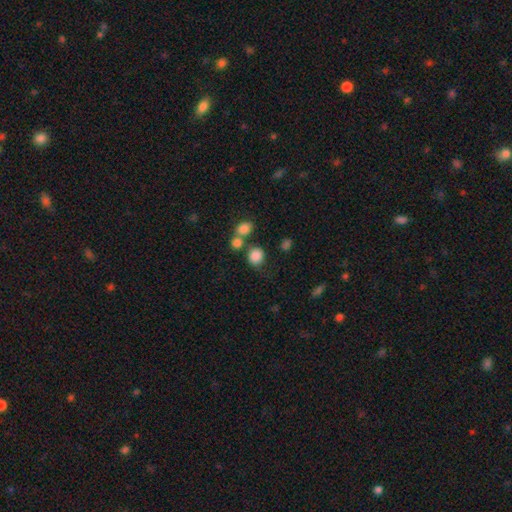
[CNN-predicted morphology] Smooth or featured? Predicted: smooth (p=0.84). How rounded? Predicted: round (p=0.79). Merging? Predicted: none (p=0.57).